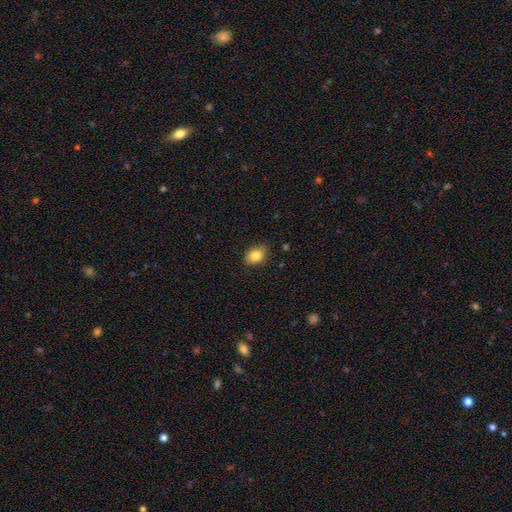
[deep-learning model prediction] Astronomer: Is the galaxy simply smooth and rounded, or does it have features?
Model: smooth — 84%.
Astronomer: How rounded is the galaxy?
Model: in between — 75%.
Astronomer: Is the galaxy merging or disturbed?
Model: none — 83%.